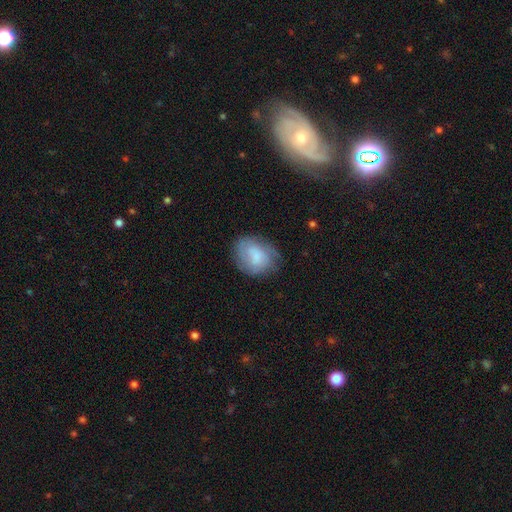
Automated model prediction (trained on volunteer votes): smooth-or-featured: smooth: 58% | featured or disk: 34% | star or artifact: 8%
  how-rounded: in between: 52% | round: 47% | cigar-shaped: 1%
  merging: none: 64% | minor disturbance: 25% | major disturbance: 10% | merger: 2%